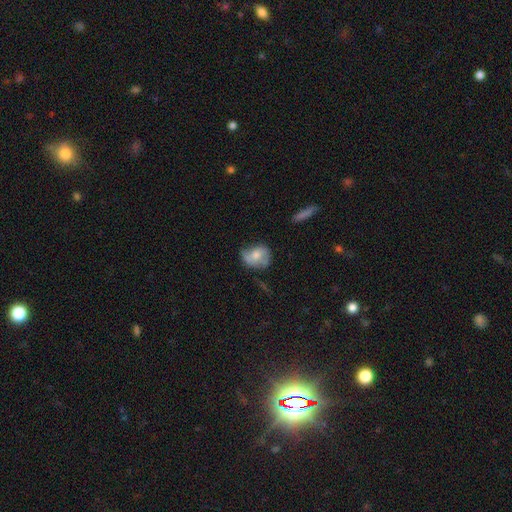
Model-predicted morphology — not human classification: smooth-or-featured: smooth: 54% | featured or disk: 38% | star or artifact: 8%
  how-rounded: in between: 50% | round: 48% | cigar-shaped: 1%
  merging: none: 43% | minor disturbance: 35% | major disturbance: 18% | merger: 4%